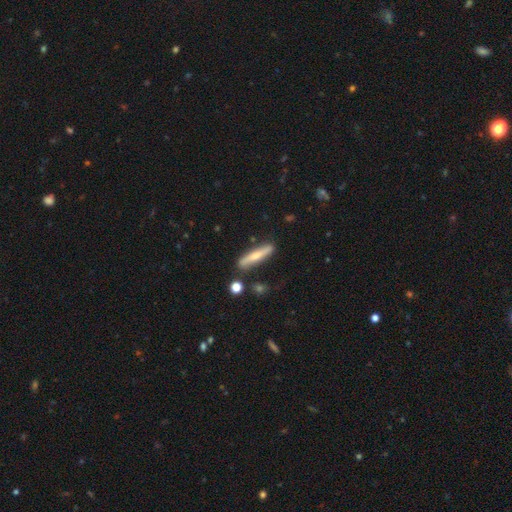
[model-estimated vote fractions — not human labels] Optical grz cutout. It shows a smooth galaxy with no disk features (55%) that is cigar-shaped (88%). Merging: none (81%).